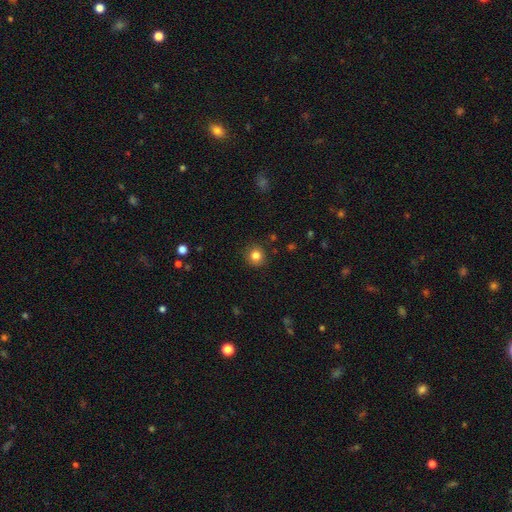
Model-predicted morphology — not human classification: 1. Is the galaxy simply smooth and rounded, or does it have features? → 83% smooth, 12% star or artifact, 6% featured or disk.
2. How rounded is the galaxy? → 90% round, 9% in between, 1% cigar-shaped.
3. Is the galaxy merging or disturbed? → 89% none, 7% minor disturbance, 2% major disturbance, 1% merger.